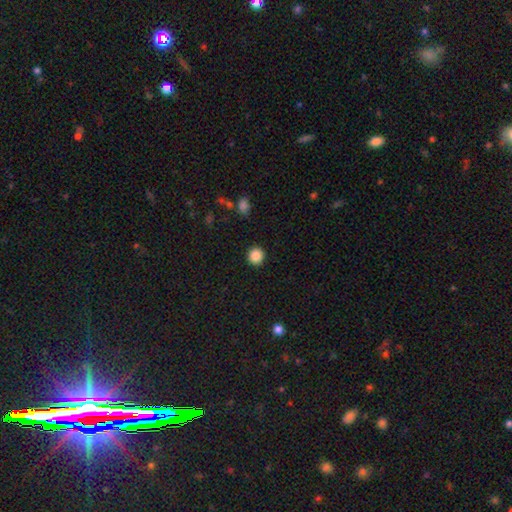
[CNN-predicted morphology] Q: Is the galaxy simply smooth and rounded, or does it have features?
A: smooth — 86%.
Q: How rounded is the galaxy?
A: round — 93%.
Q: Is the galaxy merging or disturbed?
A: none — 92%.